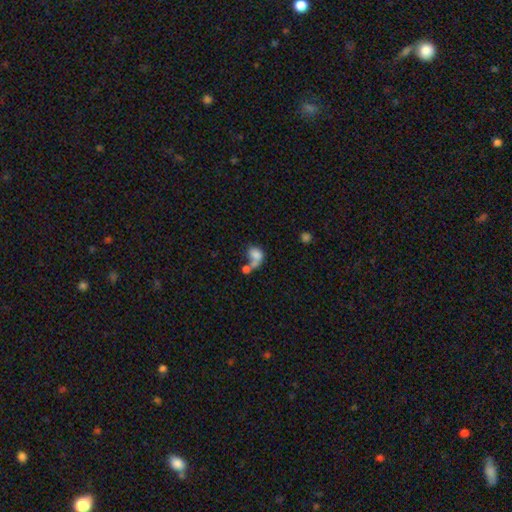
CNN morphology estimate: smooth_or_featured: smooth (p=0.75) [alt: featured or disk p=0.15]
how_rounded: in between (p=0.63) [alt: round p=0.35]
merging: merger (p=0.59) [alt: none p=0.20]